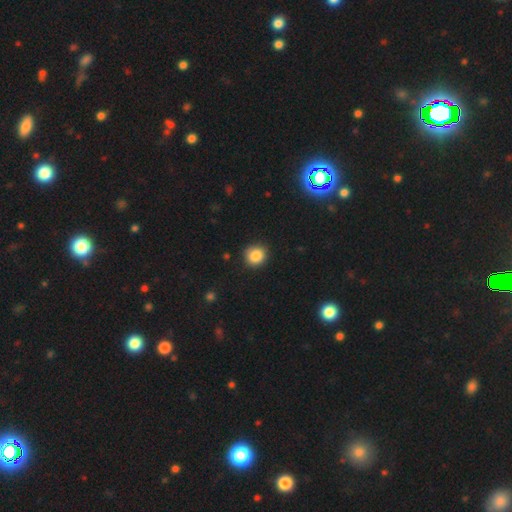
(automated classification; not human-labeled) Q: Smooth or featured?
A: smooth (86%); runner-up: star or artifact (10%)
Q: How rounded?
A: round (88%); runner-up: in between (11%)
Q: Merging?
A: none (88%); runner-up: minor disturbance (9%)